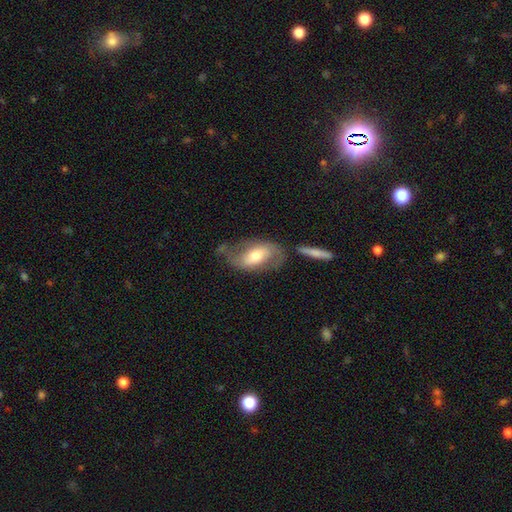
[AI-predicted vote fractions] Morphology: type=featured or disk (59%); edge-on=no (90%); bar=weak (36%); spiral arms=yes (77%); bulge=moderate (64%); merging=none (51%).